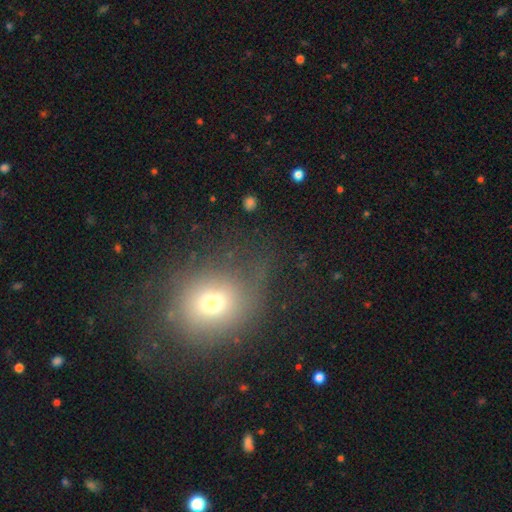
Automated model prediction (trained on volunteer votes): A smooth galaxy with no disk features (55%) that is round (70%).

Vote fractions:
- Smooth or featured? smooth: 55% / star or artifact: 24% / featured or disk: 21%
- How rounded? round: 70% / in between: 29% / cigar-shaped: 1%
- Merging? none: 67% / minor disturbance: 19% / major disturbance: 12% / merger: 2%